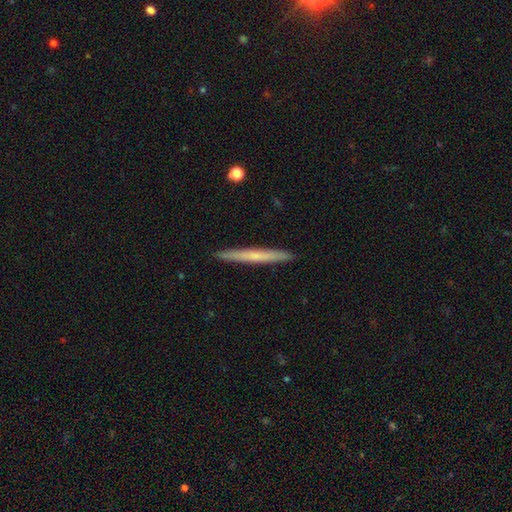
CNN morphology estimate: smooth 54%, featured or disk 40%, star or artifact 6%. Down the decision tree: how rounded — cigar-shaped (97%); merging — none (92%).